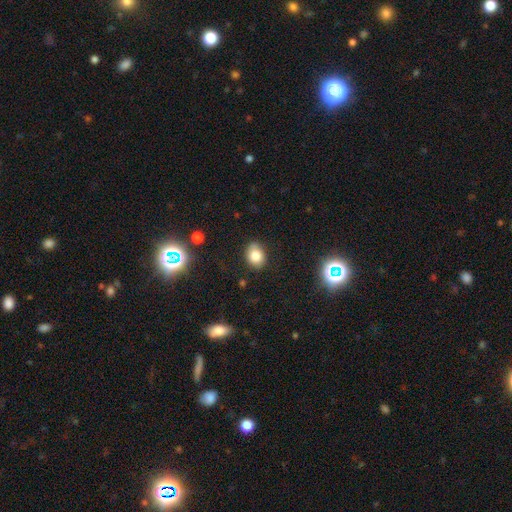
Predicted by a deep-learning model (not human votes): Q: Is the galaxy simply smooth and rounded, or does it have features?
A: smooth — 79%.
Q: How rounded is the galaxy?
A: in between — 53%.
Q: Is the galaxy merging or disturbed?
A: none — 78%.